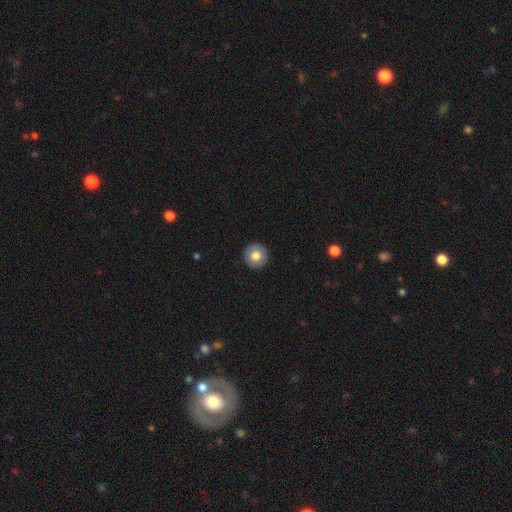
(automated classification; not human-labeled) A smooth galaxy with no disk features (78%) that is round (95%).

Vote fractions:
- Smooth or featured? smooth: 78% / featured or disk: 14% / star or artifact: 8%
- How rounded? round: 95% / in between: 4% / cigar-shaped: 1%
- Merging? none: 92% / minor disturbance: 5% / major disturbance: 2% / merger: 1%